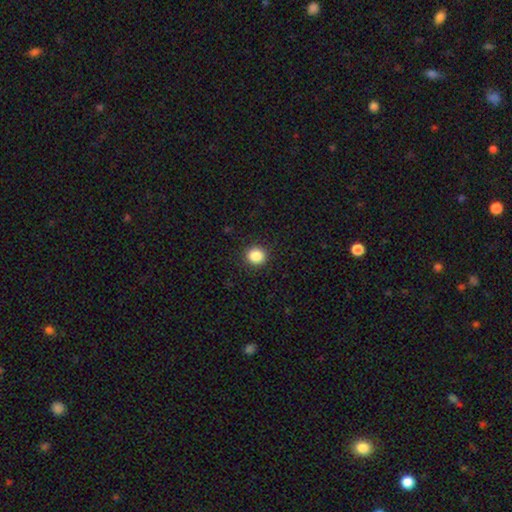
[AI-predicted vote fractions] Morphology: type=smooth (87%); roundness=round (87%); merging=none (91%).